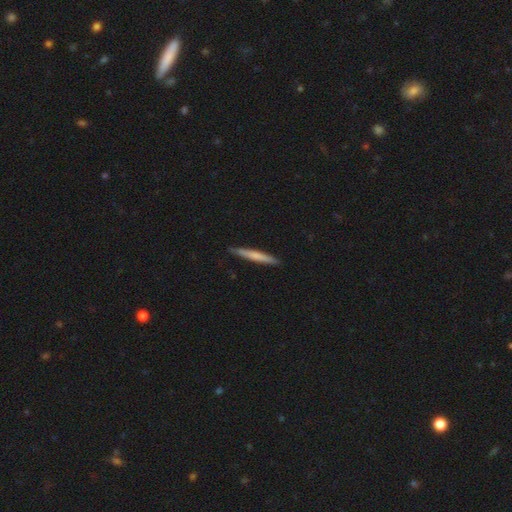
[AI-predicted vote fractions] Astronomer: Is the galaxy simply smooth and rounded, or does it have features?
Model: smooth — 65%.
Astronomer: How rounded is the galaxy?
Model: cigar-shaped — 96%.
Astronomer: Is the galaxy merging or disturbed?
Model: none — 89%.